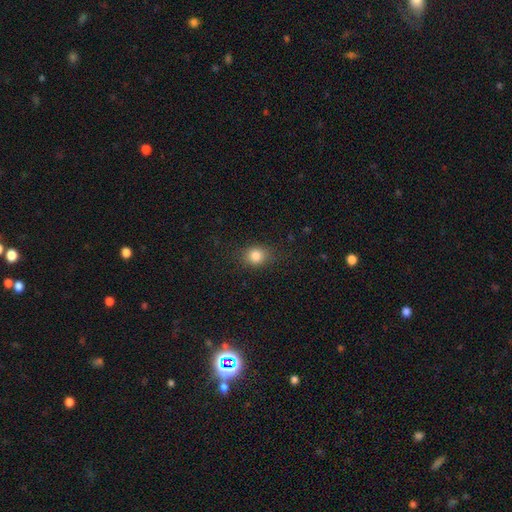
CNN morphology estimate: smooth-or-featured: smooth: 83% | star or artifact: 11% | featured or disk: 6%
  how-rounded: round: 63% | in between: 36% | cigar-shaped: 1%
  merging: none: 82% | minor disturbance: 13% | major disturbance: 4% | merger: 1%